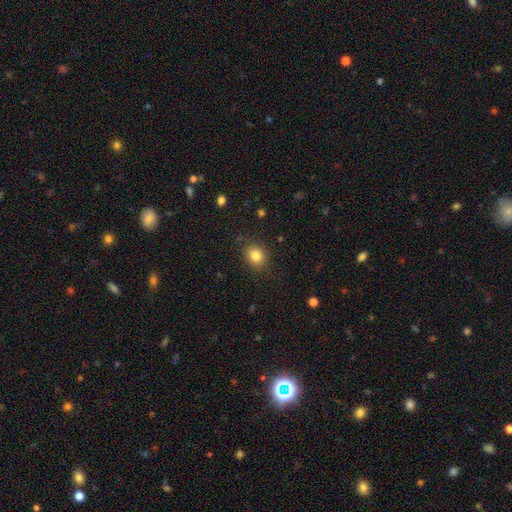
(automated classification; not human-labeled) Smooth or featured?
  - smooth: 83% *
  - star or artifact: 11%
  - featured or disk: 6%
How rounded?
  - round: 65% *
  - in between: 34%
  - cigar-shaped: 1%
Merging?
  - none: 86% *
  - minor disturbance: 10%
  - major disturbance: 3%
  - merger: 1%